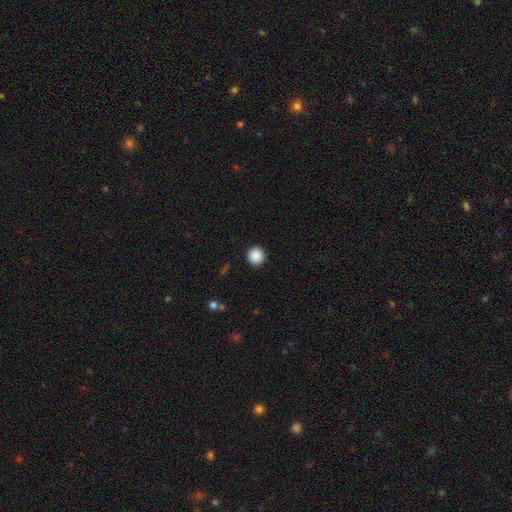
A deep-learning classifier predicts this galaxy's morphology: Smooth or featured: smooth — 89% (star or artifact — 9%)
How rounded: round — 95% (in between — 4%)
Merging: none — 92% (minor disturbance — 5%)